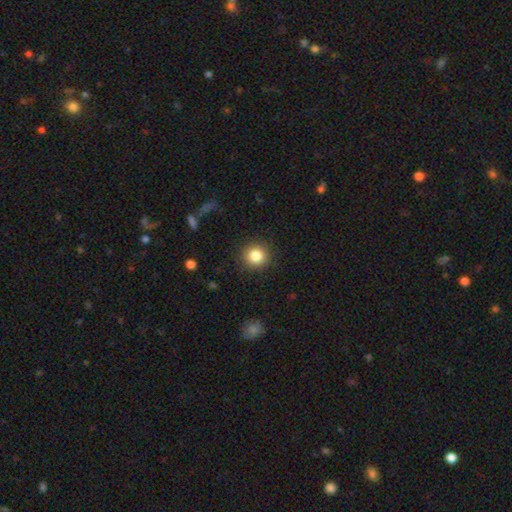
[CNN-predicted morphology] Q: Smooth or featured?
A: smooth (84%); runner-up: star or artifact (11%)
Q: How rounded?
A: round (92%); runner-up: in between (7%)
Q: Merging?
A: none (90%); runner-up: minor disturbance (7%)